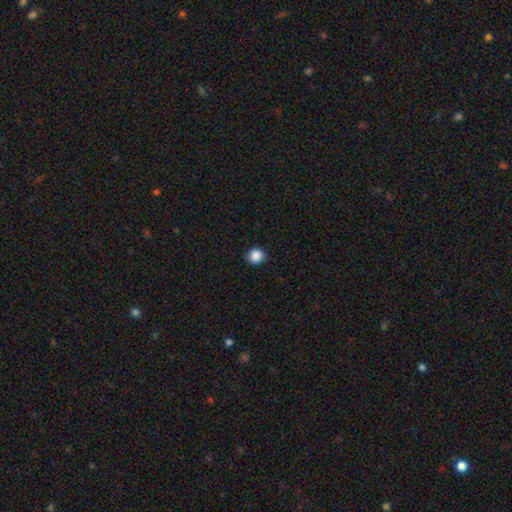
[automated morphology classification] type=smooth (88%); roundness=round (90%); merging=none (89%).